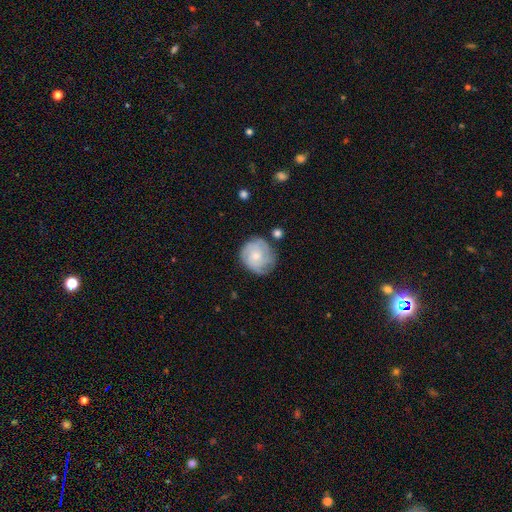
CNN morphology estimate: A featured or disk galaxy (50%). Merging: none (66%).